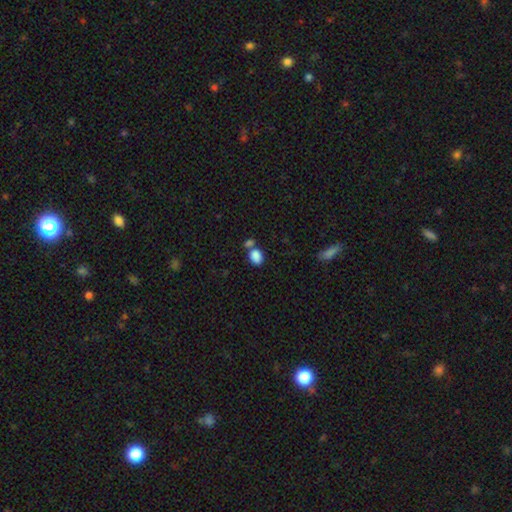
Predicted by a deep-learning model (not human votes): Morphology: type=smooth (86%); roundness=in between (68%); merging=none (49%).